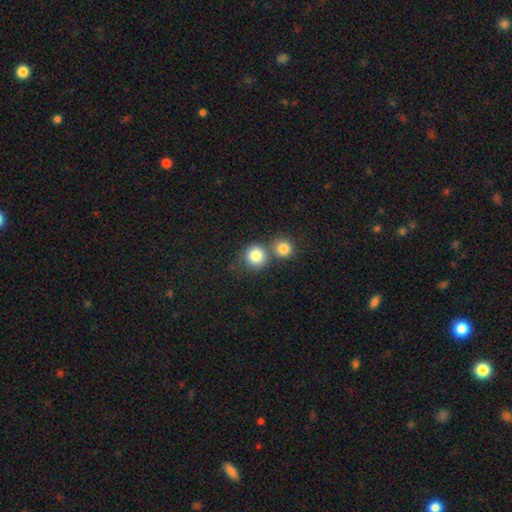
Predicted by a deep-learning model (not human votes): Morphology: type=smooth (83%); roundness=round (92%); merging=none (54%).